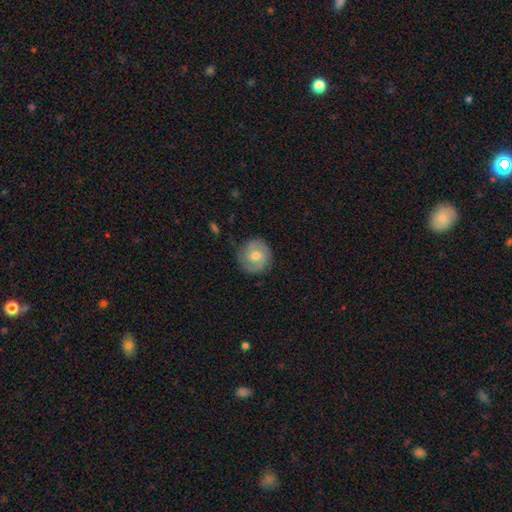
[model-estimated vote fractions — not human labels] The model was most divided on "bar": no: 49%, weak: 43%, strong: 8%. Remaining: edge-on disk — no (97%); spiral arms — yes (88%); merging — none (81%); spiral arm count — 2 (76%); bulge size — moderate (68%); smooth or featured — featured or disk (64%); spiral winding — tight (48%).